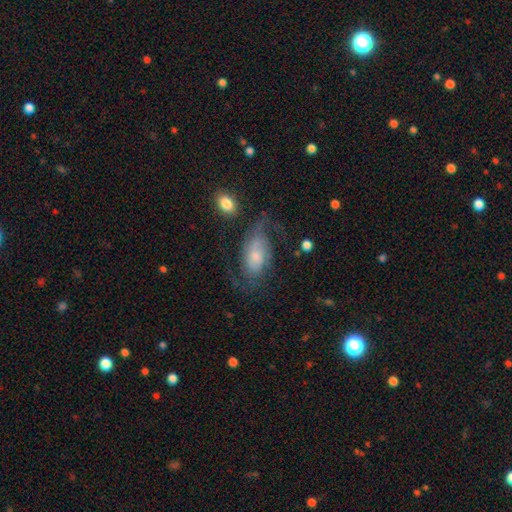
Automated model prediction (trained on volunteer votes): The model was most divided on "merging": none: 42%, major disturbance: 32%, minor disturbance: 23%, merger: 4%. Remaining: edge-on disk — no (95%); spiral arms — yes (85%); bar — no (64%); smooth or featured — featured or disk (59%); bulge size — small (46%).